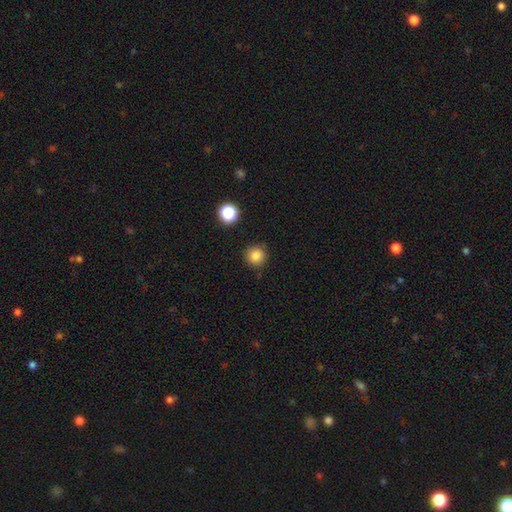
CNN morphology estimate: A smooth galaxy with no disk features (85%) that is round (94%). Merging: none (87%).